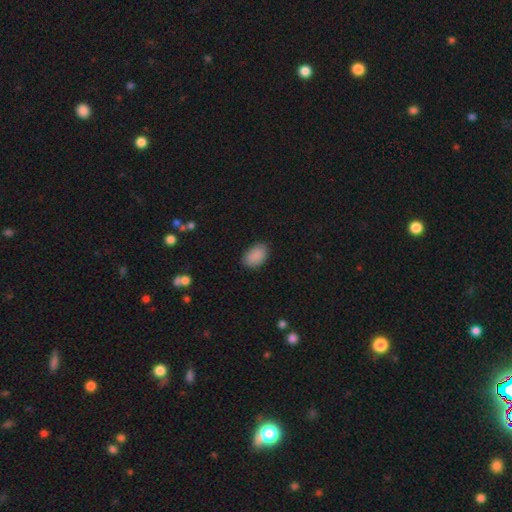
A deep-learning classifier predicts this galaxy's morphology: A smooth galaxy with no disk features (89%) that is in between round and cigar-shaped (89%).

Vote fractions:
- Smooth or featured? smooth: 89% / star or artifact: 7% / featured or disk: 4%
- How rounded? in between: 89% / round: 10% / cigar-shaped: 1%
- Merging? none: 83% / minor disturbance: 13% / major disturbance: 3% / merger: 1%